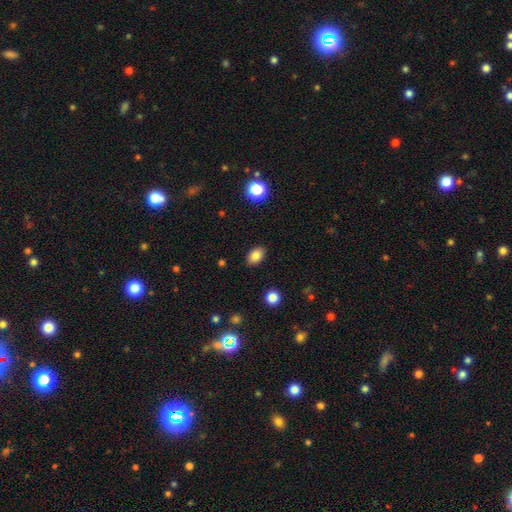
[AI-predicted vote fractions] Smooth or featured? smooth (84%)
How rounded? in between (81%)
Merging? none (87%)